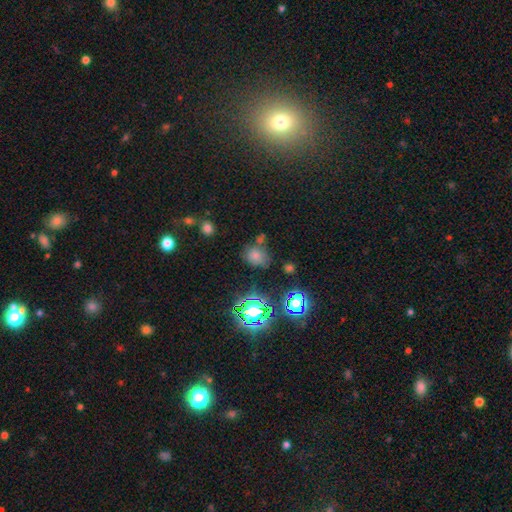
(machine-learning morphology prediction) smooth-or-featured: smooth: 63% | star or artifact: 29% | featured or disk: 9%
  how-rounded: round: 52% | in between: 47% | cigar-shaped: 1%
  merging: none: 61% | minor disturbance: 17% | merger: 15% | major disturbance: 7%